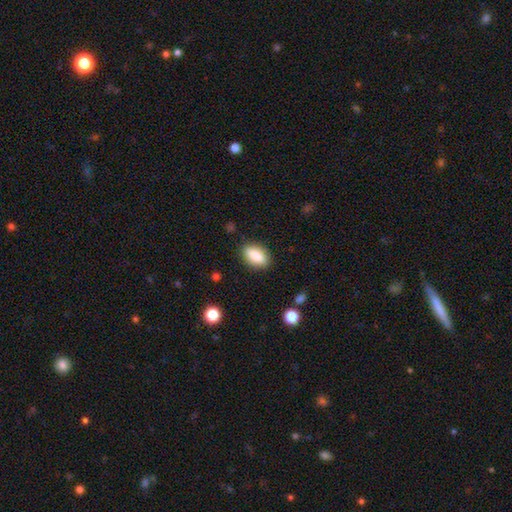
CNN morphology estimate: Smooth or featured? smooth (85%)
How rounded? in between (85%)
Merging? none (84%)